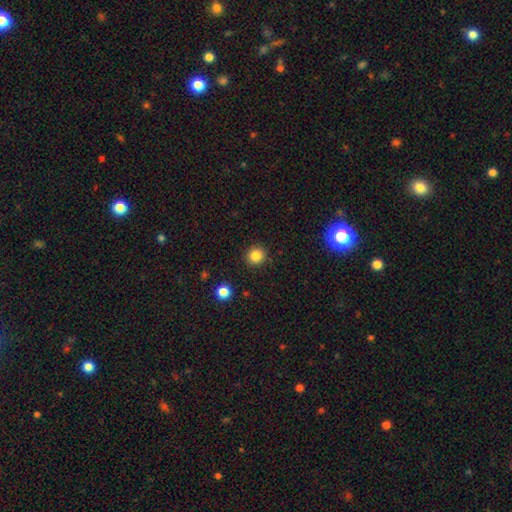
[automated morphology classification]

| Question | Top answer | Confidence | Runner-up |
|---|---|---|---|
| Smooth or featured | smooth | 84% | star or artifact (11%) |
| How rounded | round | 91% | in between (8%) |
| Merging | none | 91% | minor disturbance (6%) |